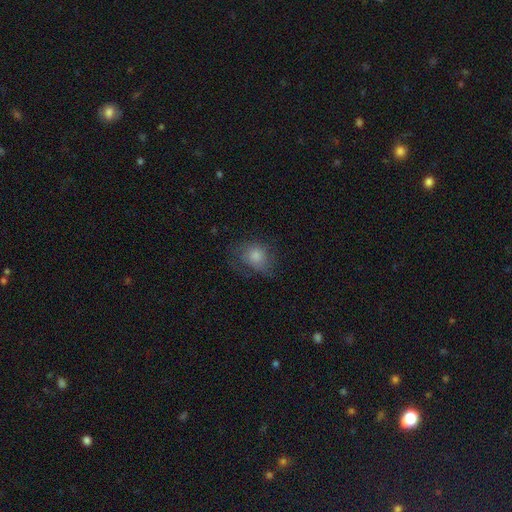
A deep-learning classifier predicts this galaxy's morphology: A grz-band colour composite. It shows a smooth galaxy with no disk features (62%) that is round (58%). Merging: none (56%).